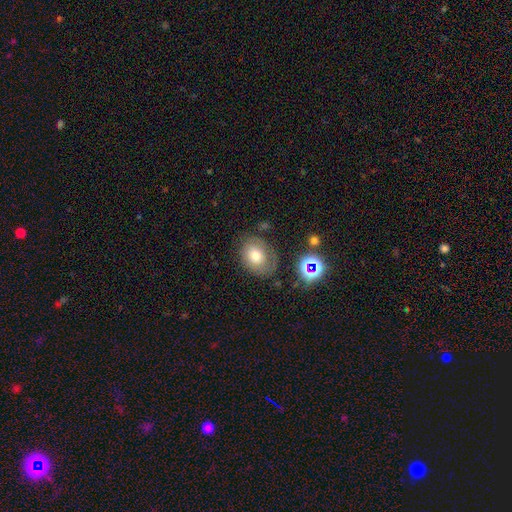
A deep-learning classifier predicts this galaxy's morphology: smooth 56%, featured or disk 31%, star or artifact 13%. Down the decision tree: how rounded — round (50%); merging — none (65%).